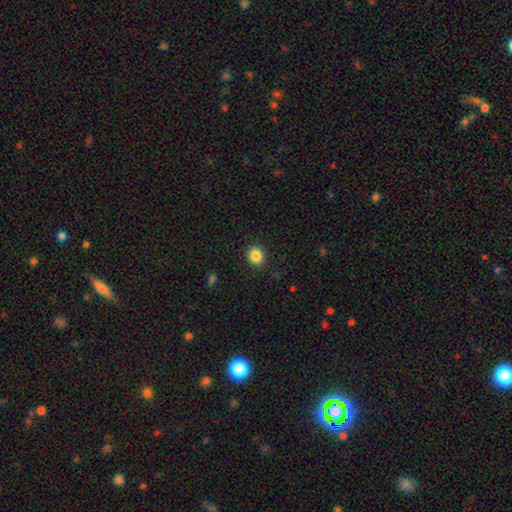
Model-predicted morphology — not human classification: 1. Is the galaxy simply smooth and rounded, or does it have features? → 86% smooth, 10% star or artifact, 4% featured or disk.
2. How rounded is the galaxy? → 69% round, 30% in between, 1% cigar-shaped.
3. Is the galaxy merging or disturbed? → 90% none, 7% minor disturbance, 2% major disturbance, 1% merger.